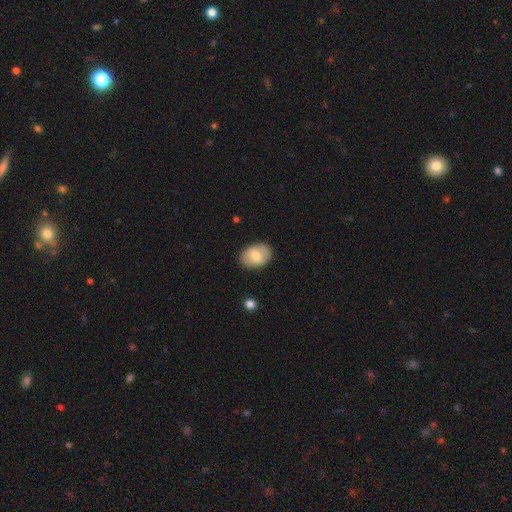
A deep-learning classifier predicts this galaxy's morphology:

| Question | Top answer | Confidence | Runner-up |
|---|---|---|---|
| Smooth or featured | smooth | 66% | featured or disk (27%) |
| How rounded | in between | 81% | round (18%) |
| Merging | none | 82% | minor disturbance (13%) |